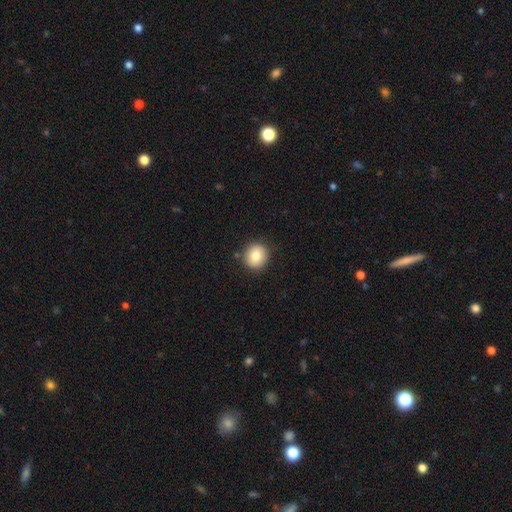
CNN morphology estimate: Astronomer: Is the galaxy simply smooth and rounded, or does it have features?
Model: smooth — 83%.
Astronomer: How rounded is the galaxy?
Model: round — 88%.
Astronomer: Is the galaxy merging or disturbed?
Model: none — 88%.